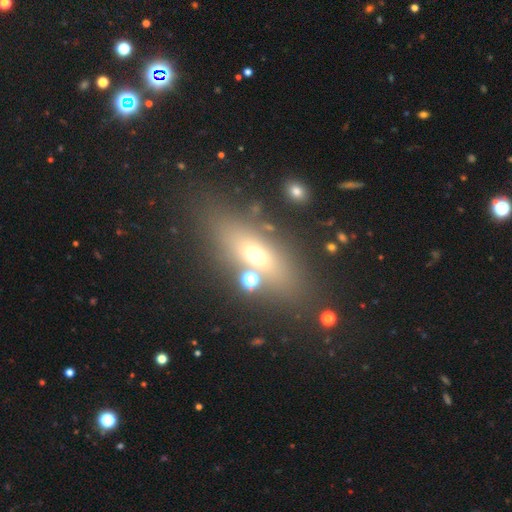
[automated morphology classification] Smooth or featured?
  - smooth: 56% *
  - featured or disk: 25%
  - star or artifact: 19%
How rounded?
  - in between: 63% *
  - cigar-shaped: 23%
  - round: 14%
Merging?
  - none: 68% *
  - minor disturbance: 12%
  - merger: 11%
  - major disturbance: 8%